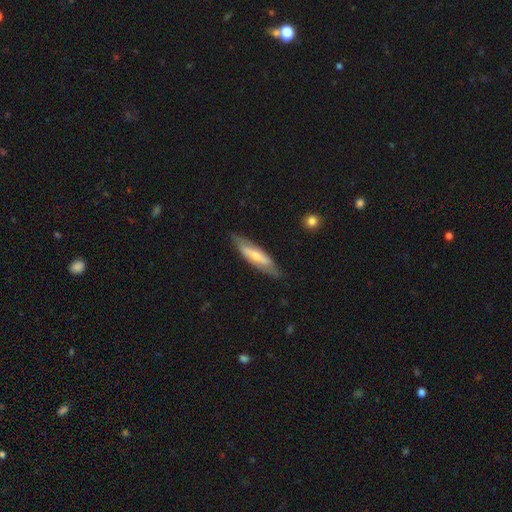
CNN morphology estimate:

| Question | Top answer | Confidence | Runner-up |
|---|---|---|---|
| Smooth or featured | smooth | 47% | tied: featured or disk (47%) |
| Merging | none | 78% | minor disturbance (17%) |